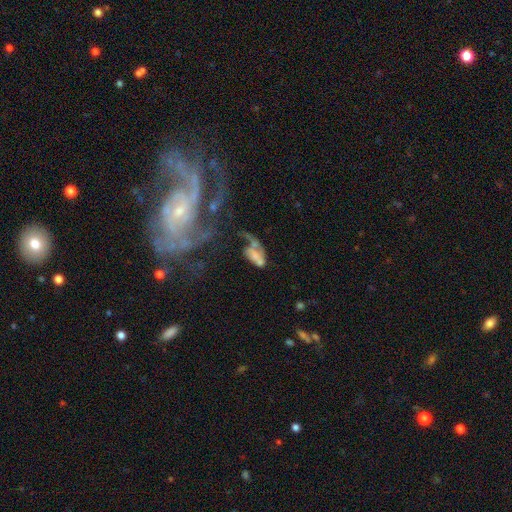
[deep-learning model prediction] The model was most divided on "smooth or featured": featured or disk: 47%, smooth: 41%, star or artifact: 12%. Remaining: merging — major disturbance (39%).